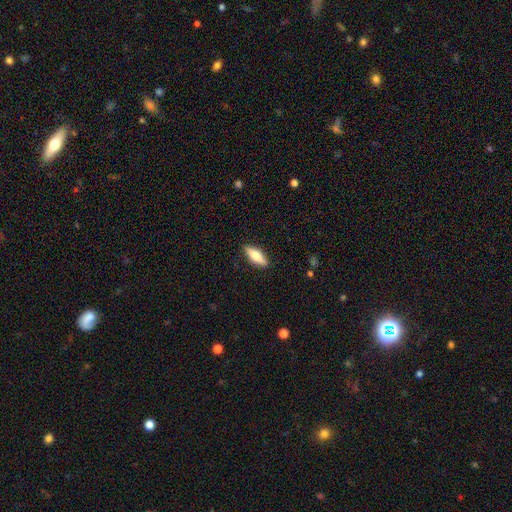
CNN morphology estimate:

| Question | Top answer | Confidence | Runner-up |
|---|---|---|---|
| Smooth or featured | smooth | 62% | featured or disk (32%) |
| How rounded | in between | 54% | cigar-shaped (44%) |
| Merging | none | 89% | minor disturbance (8%) |